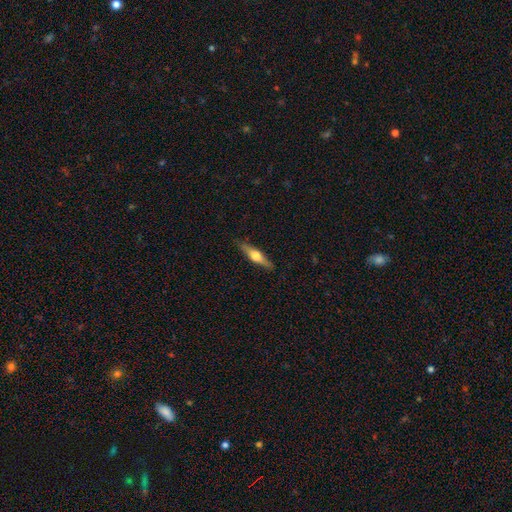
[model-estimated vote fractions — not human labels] This is possibly a featured or disk galaxy (60%). It is clearly viewed edge-on (96%). Edge-on bulge: clearly rounded (93%). Merging: clearly none (88%).